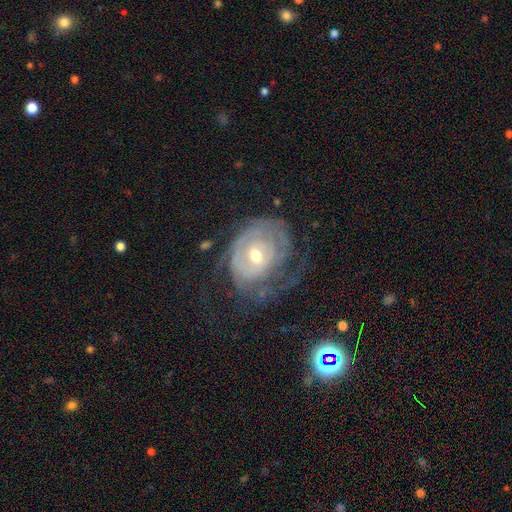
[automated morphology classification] Q: Smooth or featured?
A: featured or disk (78%); runner-up: smooth (15%)
Q: Edge-on disk?
A: no (96%); runner-up: yes (4%)
Q: Bar?
A: no (68%); runner-up: weak (25%)
Q: Spiral arms?
A: yes (80%); runner-up: no (20%)
Q: Spiral winding?
A: tight (70%); runner-up: medium (21%)
Q: Spiral arm count?
A: can't tell (50%); runner-up: 2 (20%)
Q: Bulge size?
A: moderate (60%); runner-up: small (35%)
Q: Merging?
A: none (45%); runner-up: major disturbance (29%)